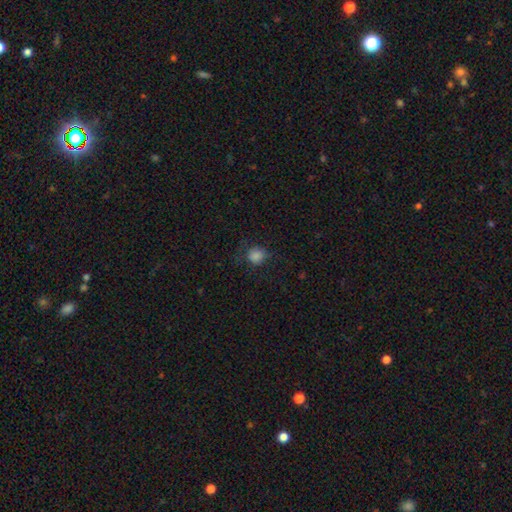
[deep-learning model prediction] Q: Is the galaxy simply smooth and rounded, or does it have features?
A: smooth — 80%.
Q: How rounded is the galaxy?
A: round — 87%.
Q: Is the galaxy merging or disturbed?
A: none — 72%.